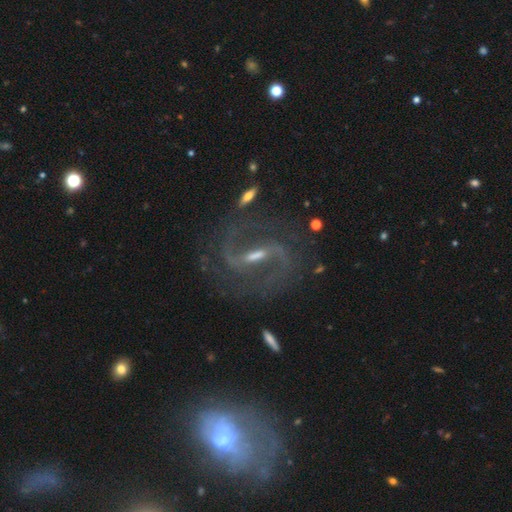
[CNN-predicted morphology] Overall: featured or disk (91%). Edge-on disk: no (96%). Bar: strong (53%; weak 40%). Spiral arms: yes (98%). Spiral arm count: 2 (90%). Spiral winding: medium (58%; loose 27%). Bulge size: small (44%; moderate 36%). Merging: none (73%).